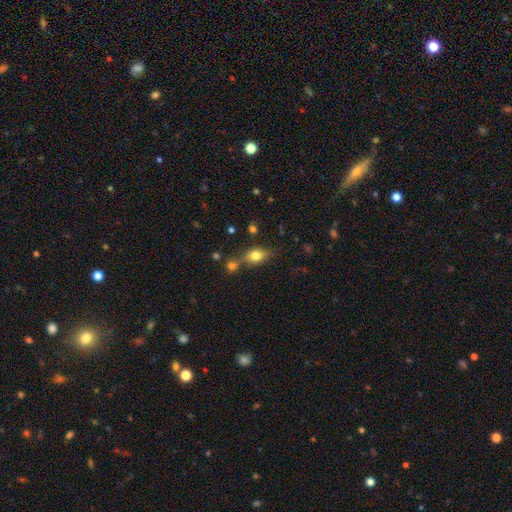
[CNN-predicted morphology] smooth-or-featured: smooth: 74% | featured or disk: 15% | star or artifact: 11%
  how-rounded: in between: 72% | round: 23% | cigar-shaped: 5%
  merging: none: 62% | merger: 18% | minor disturbance: 15% | major disturbance: 5%